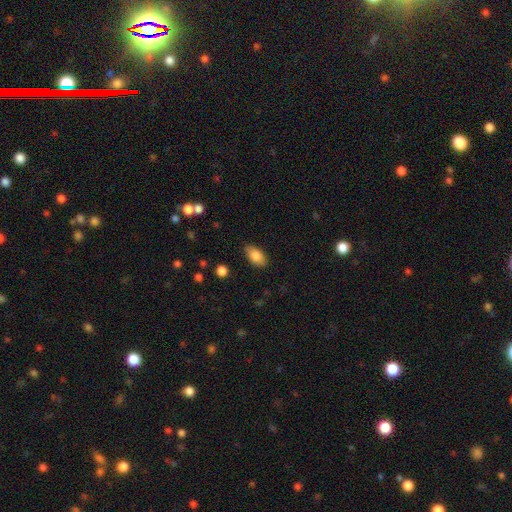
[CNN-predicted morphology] Smooth or featured? smooth (85%)
How rounded? in between (92%)
Merging? none (84%)